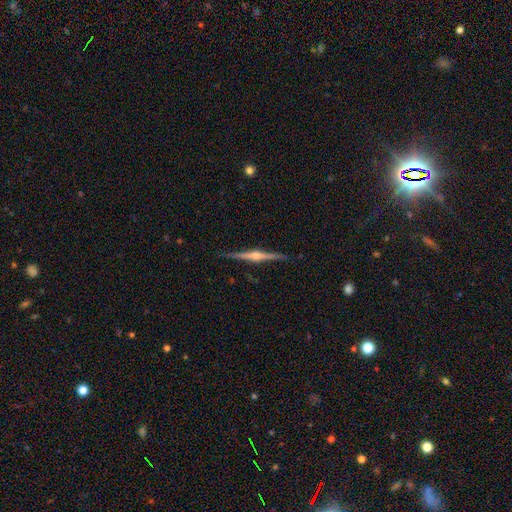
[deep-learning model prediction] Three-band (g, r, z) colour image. It shows a featured or disk galaxy (86%) viewed edge-on (99%) with a rounded central bulge (93%). Merging: none (90%).